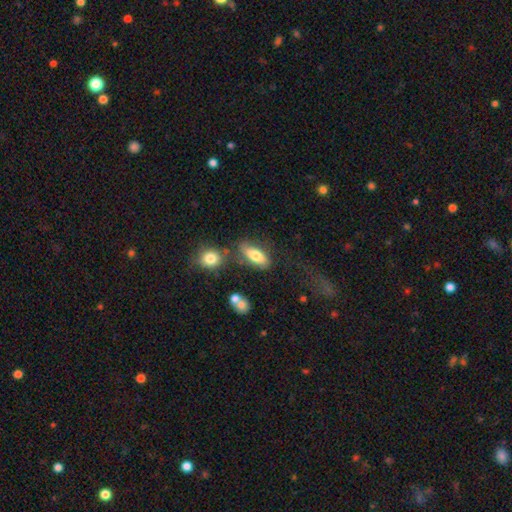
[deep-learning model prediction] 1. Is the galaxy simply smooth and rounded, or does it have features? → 72% smooth, 21% featured or disk, 7% star or artifact.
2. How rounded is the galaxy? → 80% in between, 16% cigar-shaped, 4% round.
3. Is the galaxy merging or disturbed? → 58% none, 20% minor disturbance, 12% merger, 9% major disturbance.